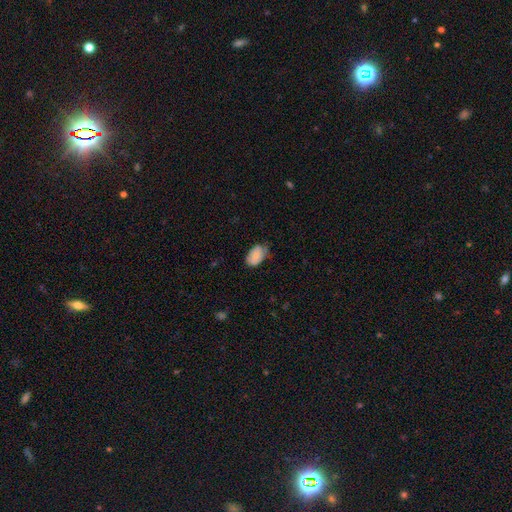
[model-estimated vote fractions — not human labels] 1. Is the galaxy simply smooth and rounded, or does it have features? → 79% smooth, 14% featured or disk, 7% star or artifact.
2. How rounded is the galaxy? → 90% in between, 9% round, 1% cigar-shaped.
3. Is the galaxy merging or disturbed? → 52% none, 37% minor disturbance, 9% major disturbance, 2% merger.